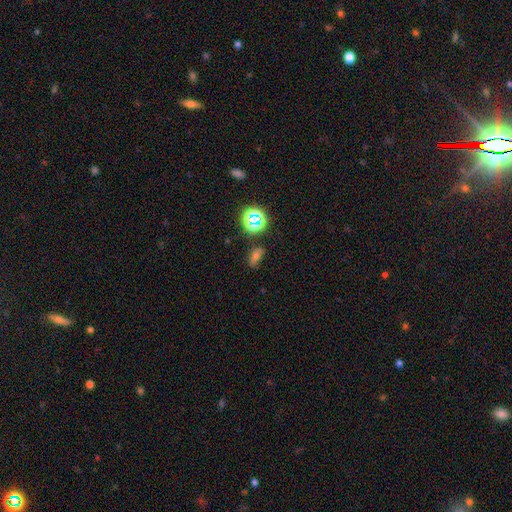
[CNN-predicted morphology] A smooth galaxy with no disk features (45%). Merging: none (73%).